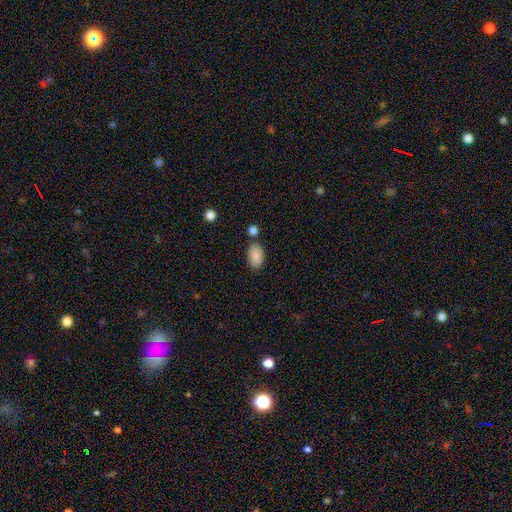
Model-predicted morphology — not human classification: This is clearly a smooth galaxy (89%). How rounded: clearly in between (93%). Merging: likely none (78%).